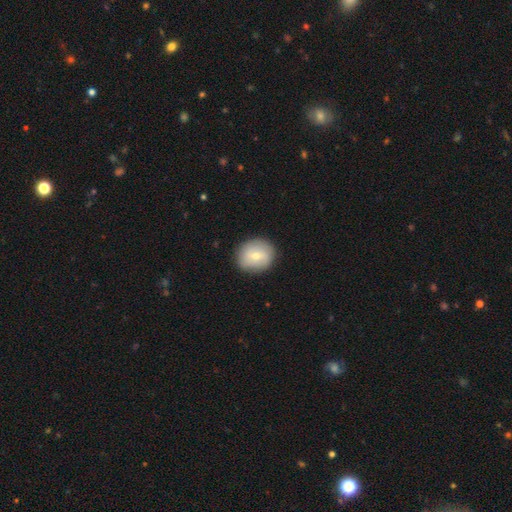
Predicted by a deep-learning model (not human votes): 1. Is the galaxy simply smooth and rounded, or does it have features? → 64% smooth, 29% featured or disk, 7% star or artifact.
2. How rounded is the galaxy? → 76% round, 23% in between, 1% cigar-shaped.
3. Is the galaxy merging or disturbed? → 86% none, 10% minor disturbance, 3% major disturbance, 1% merger.